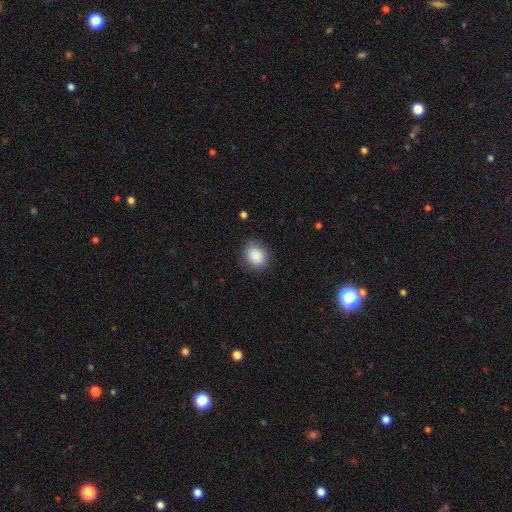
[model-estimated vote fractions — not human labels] This is clearly a smooth galaxy (89%). How rounded: possibly round (52%). Merging: clearly none (84%).